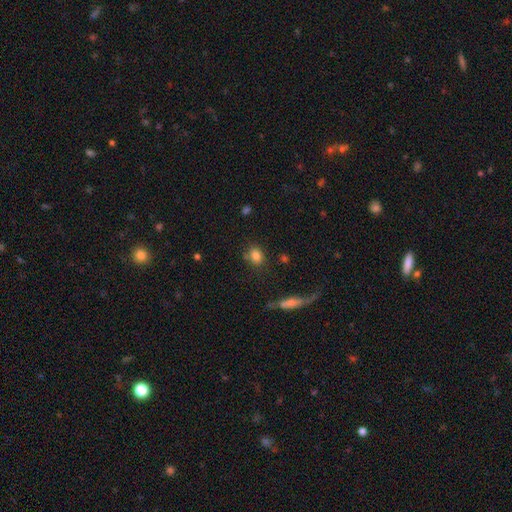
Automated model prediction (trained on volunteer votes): Smooth or featured: smooth — 81% (star or artifact — 11%)
How rounded: in between — 53% (round — 44%)
Merging: none — 71% (minor disturbance — 15%)